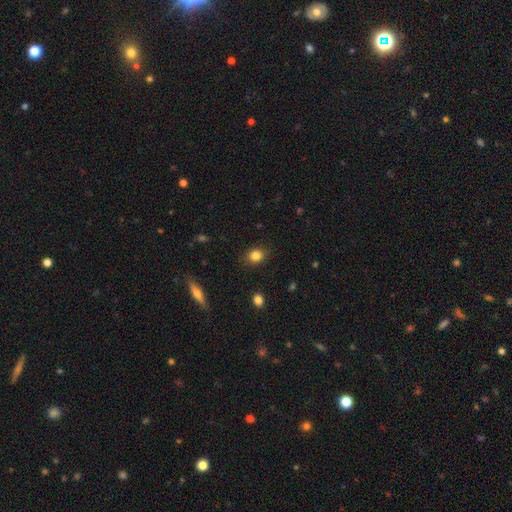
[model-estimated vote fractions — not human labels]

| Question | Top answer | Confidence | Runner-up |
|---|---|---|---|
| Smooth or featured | smooth | 83% | star or artifact (10%) |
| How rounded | round | 57% | in between (42%) |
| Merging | none | 87% | minor disturbance (9%) |